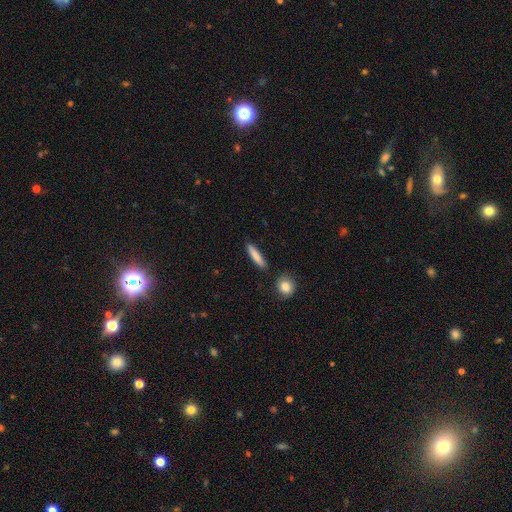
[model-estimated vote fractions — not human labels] smooth 81%, featured or disk 13%, star or artifact 6%. Down the decision tree: how rounded — cigar-shaped (87%); merging — none (87%).